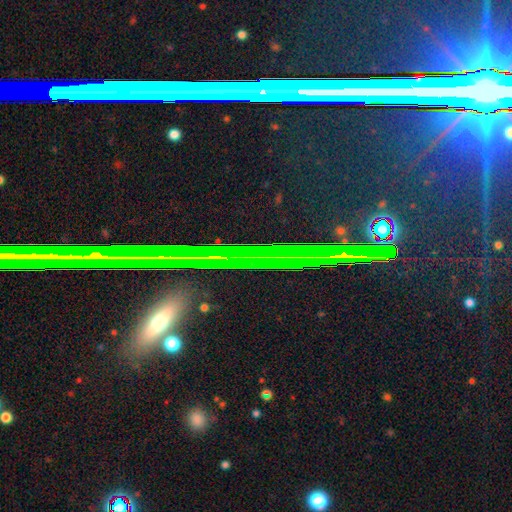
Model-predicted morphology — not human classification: Smooth or featured: star or artifact — 77% (featured or disk — 13%)